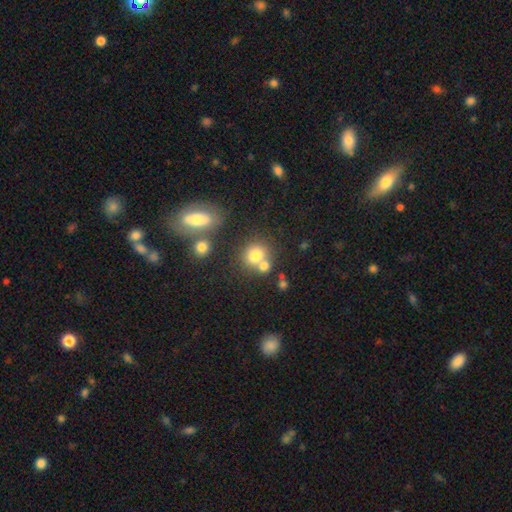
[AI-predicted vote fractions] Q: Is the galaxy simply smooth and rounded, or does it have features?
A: smooth — 75%.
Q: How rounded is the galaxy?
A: round — 77%.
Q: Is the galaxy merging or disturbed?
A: none — 48%.